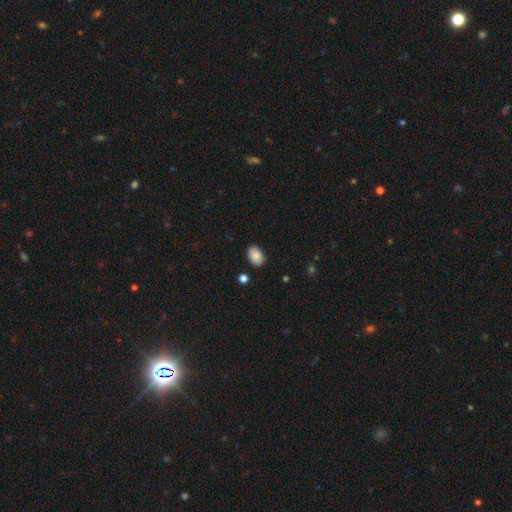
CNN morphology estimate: The model was most divided on "how rounded": in between: 87%, round: 12%, cigar-shaped: 1%. More confident: smooth or featured — smooth (86%); merging — none (86%).